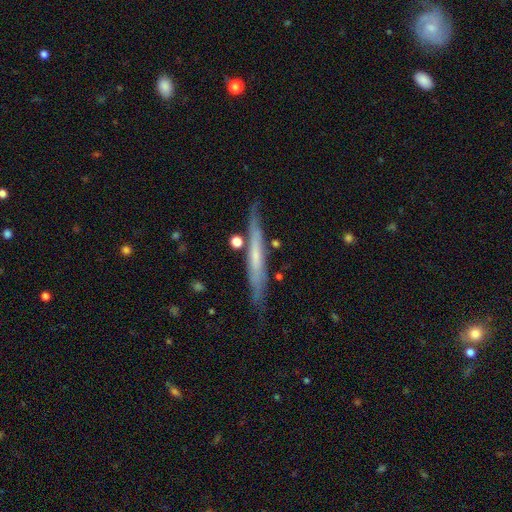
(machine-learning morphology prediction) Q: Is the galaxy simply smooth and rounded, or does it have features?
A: featured or disk — 56%.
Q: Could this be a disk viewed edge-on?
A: yes — 92%.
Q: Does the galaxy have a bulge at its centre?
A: none — 75%.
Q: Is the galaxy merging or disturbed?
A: none — 79%.